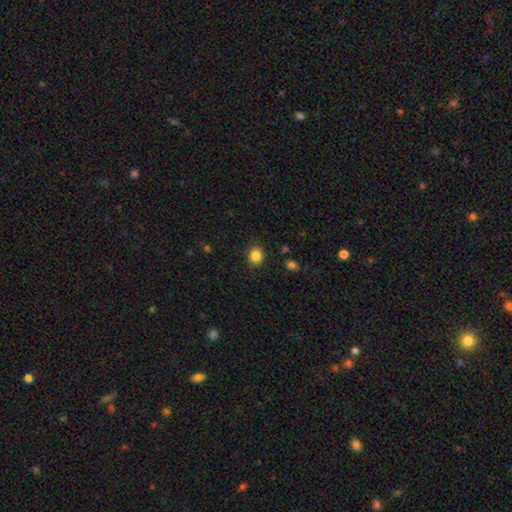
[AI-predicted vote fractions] Smooth or featured?
  - smooth: 85% *
  - star or artifact: 11%
  - featured or disk: 4%
How rounded?
  - round: 66% *
  - in between: 33%
  - cigar-shaped: 1%
Merging?
  - none: 88% *
  - minor disturbance: 9%
  - major disturbance: 2%
  - merger: 1%